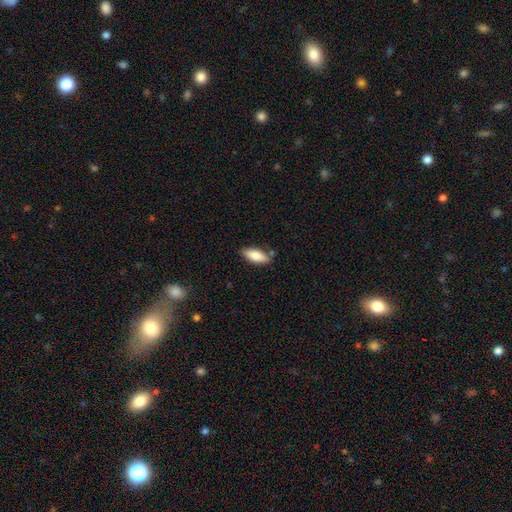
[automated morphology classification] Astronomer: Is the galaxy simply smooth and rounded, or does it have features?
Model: smooth — 79%.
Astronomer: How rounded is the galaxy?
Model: in between — 75%.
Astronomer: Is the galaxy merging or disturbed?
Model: none — 73%.